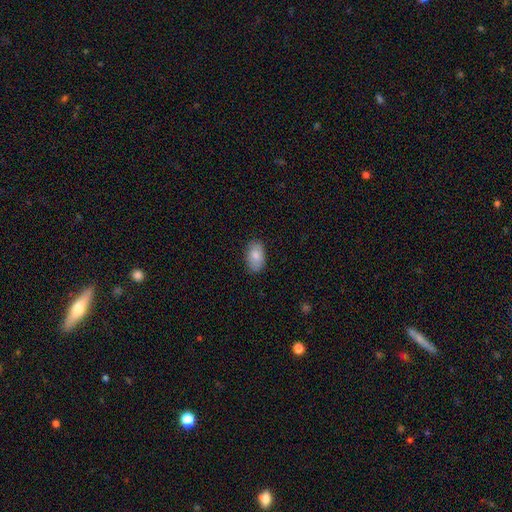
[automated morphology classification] Overall: smooth (82%). How rounded: in between (92%). Merging: none (86%).